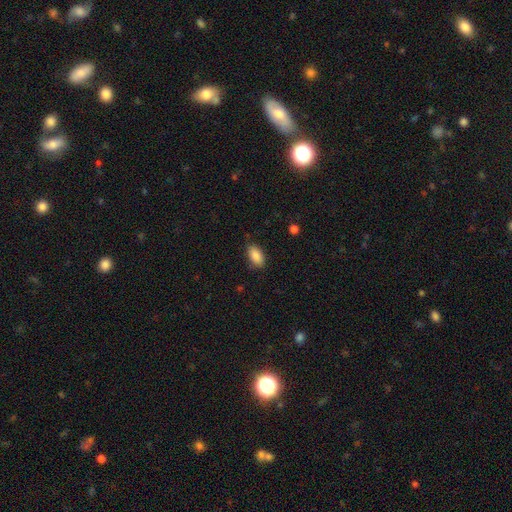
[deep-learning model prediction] Morphology: type=smooth (88%); roundness=in between (93%); merging=none (84%).